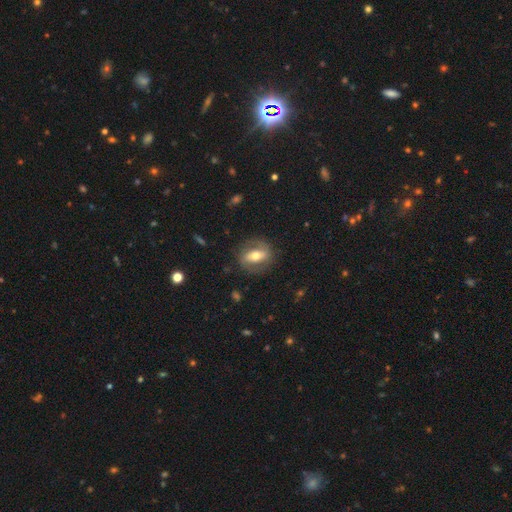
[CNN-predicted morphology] smooth_or_featured: featured or disk (p=0.57) [alt: smooth p=0.36]
disk_edge_on: no (p=0.88) [alt: yes p=0.12]
bar: strong (p=0.47) [alt: weak p=0.28]
has_spiral_arms: yes (p=0.57) [alt: no p=0.43]
bulge_size: moderate (p=0.68) [alt: small p=0.21]
merging: none (p=0.79) [alt: minor disturbance p=0.13]